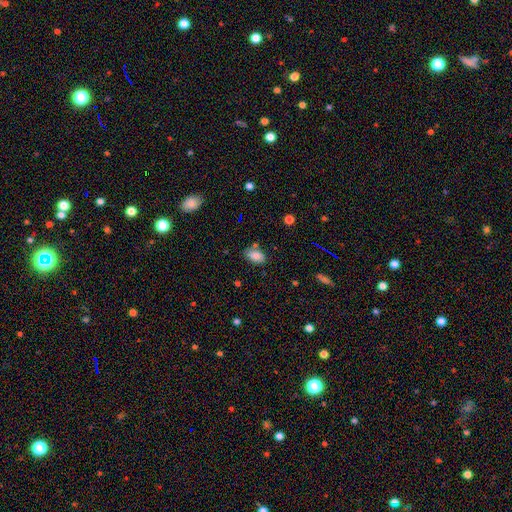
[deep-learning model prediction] Smooth or featured?
  - smooth: 84% *
  - star or artifact: 9%
  - featured or disk: 6%
How rounded?
  - in between: 91% *
  - round: 7%
  - cigar-shaped: 2%
Merging?
  - none: 71% *
  - minor disturbance: 18%
  - merger: 7%
  - major disturbance: 4%